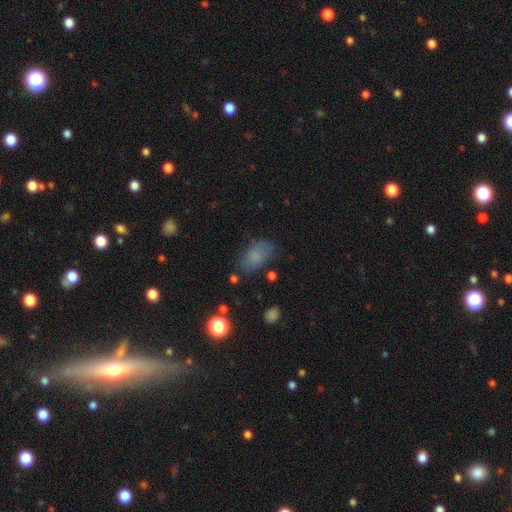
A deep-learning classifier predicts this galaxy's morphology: This is likely a smooth galaxy (79%). How rounded: clearly in between (90%). Merging: likely none (68%).